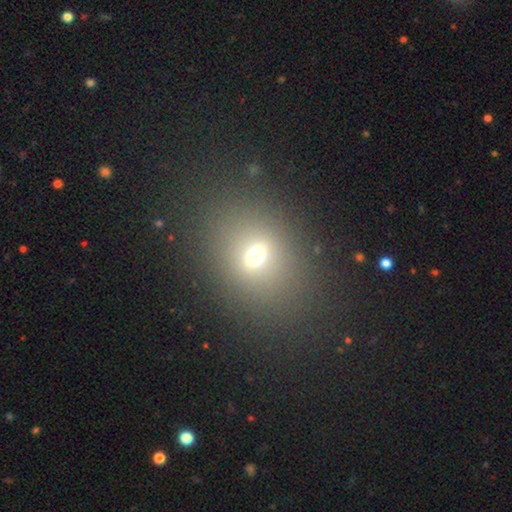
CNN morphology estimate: Smooth or featured: smooth — 63% (star or artifact — 22%)
How rounded: in between — 59% (round — 39%)
Merging: none — 78% (minor disturbance — 11%)